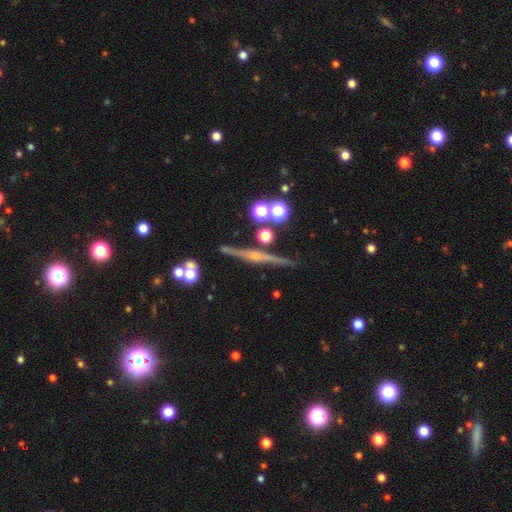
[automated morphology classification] Overall: featured or disk (79%). Edge-on disk: yes (97%). Edge-on bulge: rounded (76%). Merging: none (87%).